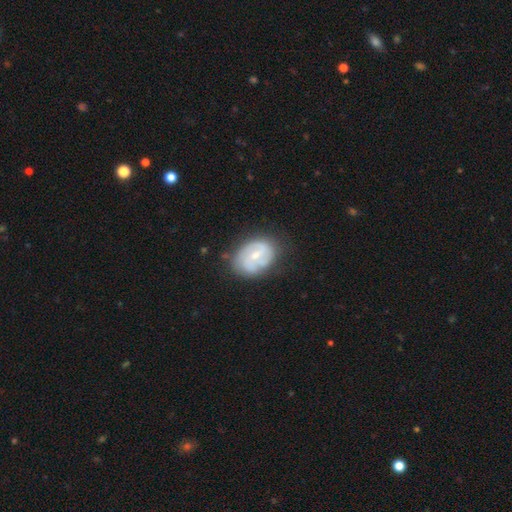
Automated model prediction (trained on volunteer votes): Q: Smooth or featured?
A: featured or disk (64%); runner-up: smooth (29%)
Q: Edge-on disk?
A: no (97%); runner-up: yes (3%)
Q: Bar?
A: weak (51%); runner-up: no (37%)
Q: Spiral arms?
A: yes (77%); runner-up: no (23%)
Q: Bulge size?
A: small (52%); runner-up: moderate (40%)
Q: Merging?
A: none (63%); runner-up: minor disturbance (25%)